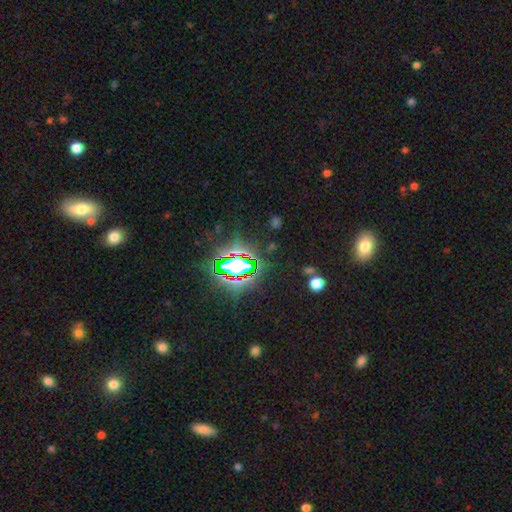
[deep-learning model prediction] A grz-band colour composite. It shows a star or artifact, not a galaxy (77%).